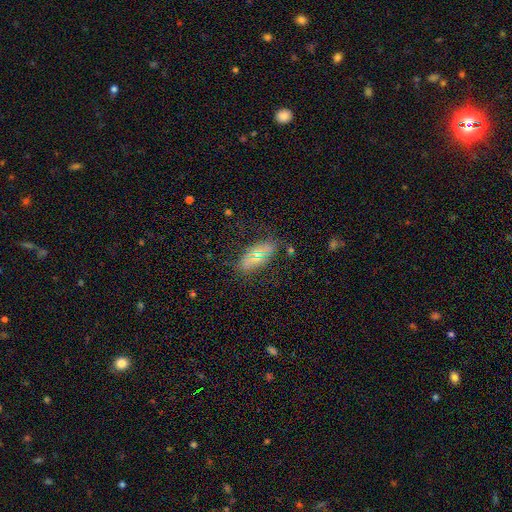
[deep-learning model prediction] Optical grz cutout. It shows a smooth galaxy with no disk features (60%) that is in between round and cigar-shaped (84%). Merging: none (80%).